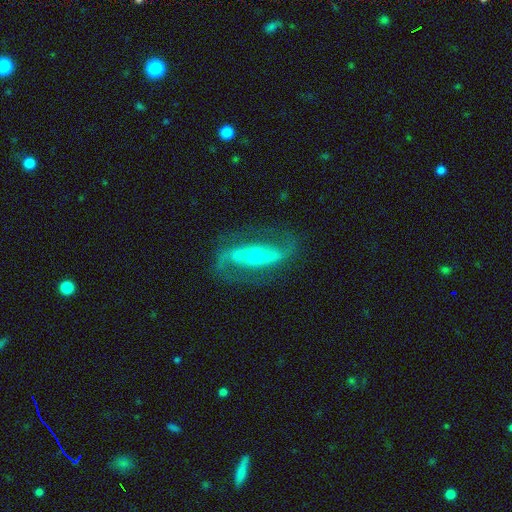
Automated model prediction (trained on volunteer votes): Morphology: type=featured or disk (87%); edge-on=no (91%); bar=strong (52%); spiral arms=yes (95%); winding=medium (49%); arm count=2 (92%); bulge=small (54%); merging=none (79%).